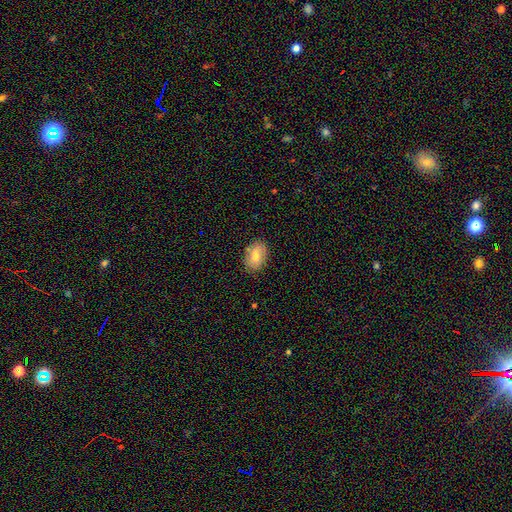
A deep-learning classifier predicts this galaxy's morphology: smooth-or-featured: smooth: 67% | featured or disk: 24% | star or artifact: 9%
  how-rounded: in between: 84% | round: 14% | cigar-shaped: 1%
  merging: none: 84% | minor disturbance: 13% | major disturbance: 3% | merger: 1%